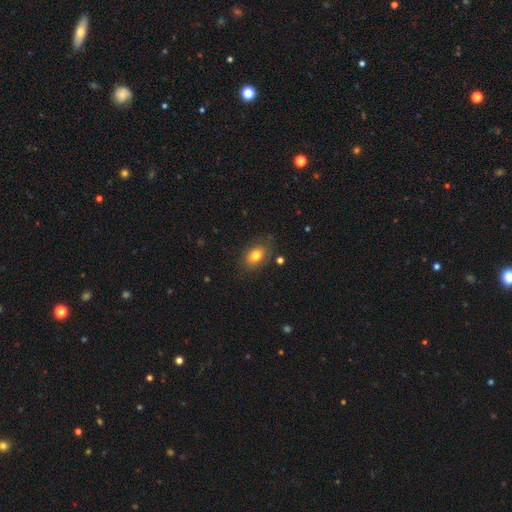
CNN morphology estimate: The model was most divided on "how rounded": in between: 78%, round: 21%, cigar-shaped: 2%. More confident: smooth or featured — smooth (79%); merging — none (76%).